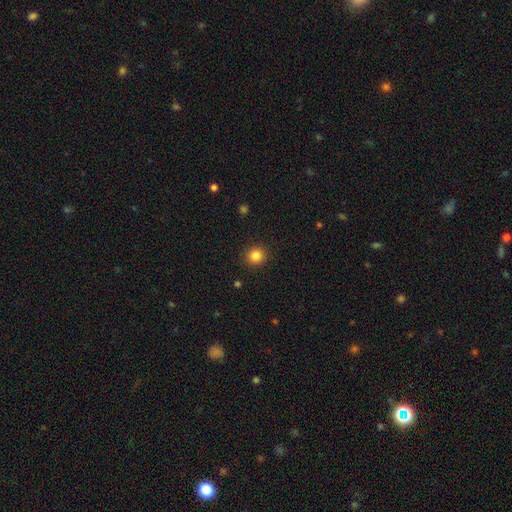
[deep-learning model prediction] smooth-or-featured: smooth: 84% | star or artifact: 11% | featured or disk: 5%
  how-rounded: round: 91% | in between: 8% | cigar-shaped: 1%
  merging: none: 92% | minor disturbance: 5% | major disturbance: 2% | merger: 1%